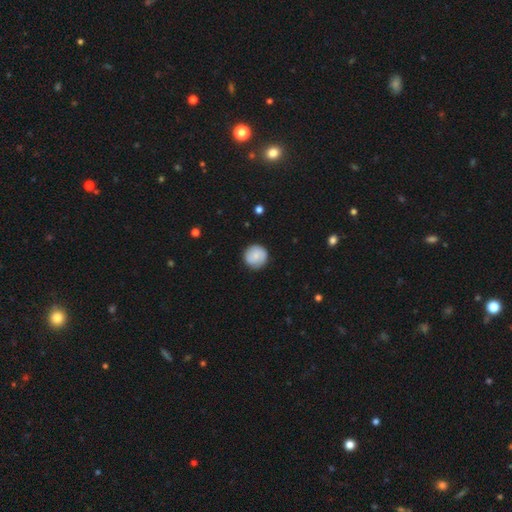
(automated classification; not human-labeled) This is likely a smooth galaxy (68%). How rounded: clearly round (94%). Merging: clearly none (85%).